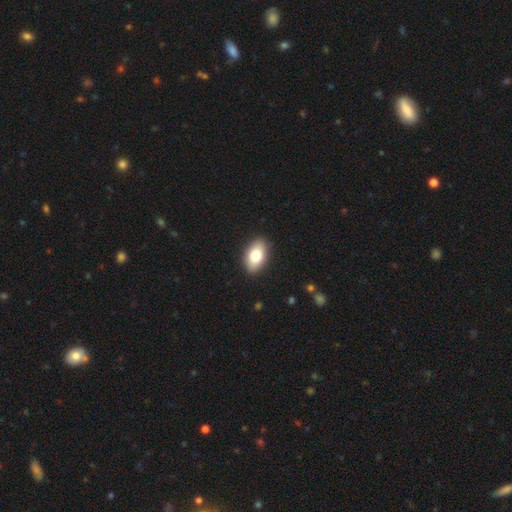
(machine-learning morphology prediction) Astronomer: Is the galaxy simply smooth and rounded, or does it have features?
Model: smooth — 78%.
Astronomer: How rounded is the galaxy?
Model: in between — 91%.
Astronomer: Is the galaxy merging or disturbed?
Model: none — 89%.